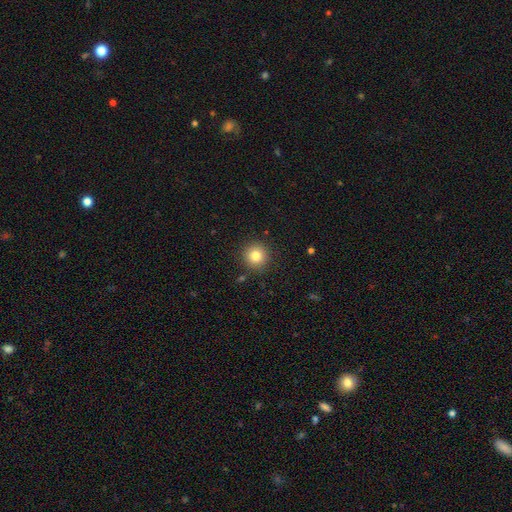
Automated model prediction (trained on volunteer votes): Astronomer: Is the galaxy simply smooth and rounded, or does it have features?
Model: smooth — 82%.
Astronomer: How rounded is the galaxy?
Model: round — 94%.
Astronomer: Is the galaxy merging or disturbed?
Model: none — 90%.